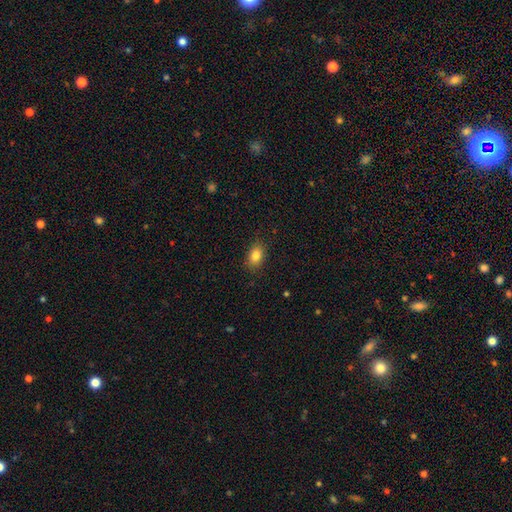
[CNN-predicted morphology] Smooth or featured? Predicted: smooth (p=0.84). How rounded? Predicted: in between (p=0.80). Merging? Predicted: none (p=0.86).